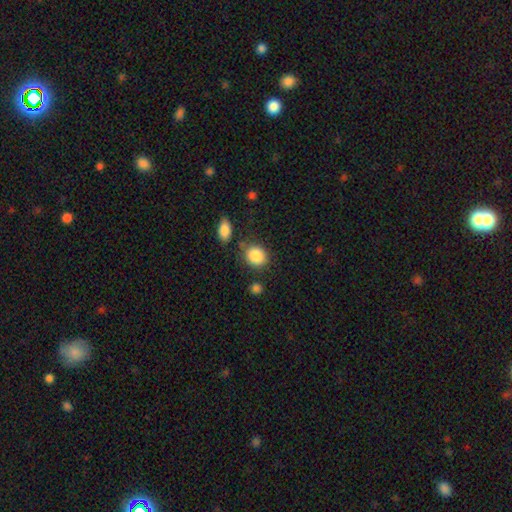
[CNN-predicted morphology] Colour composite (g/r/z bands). It shows a smooth galaxy with no disk features (88%) that is round (62%). Merging: none (75%).